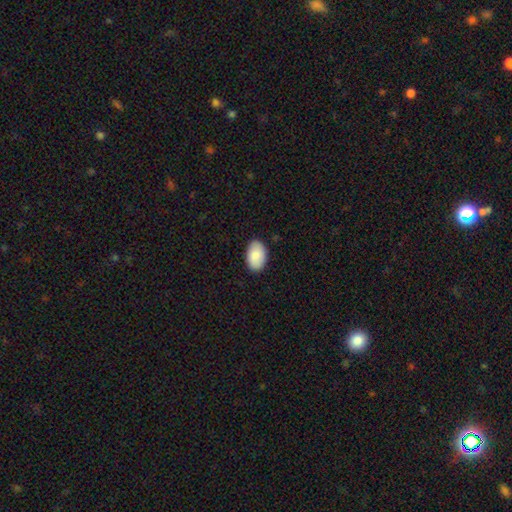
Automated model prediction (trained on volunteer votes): This is clearly a smooth galaxy (89%). How rounded: clearly in between (92%). Merging: clearly none (88%).